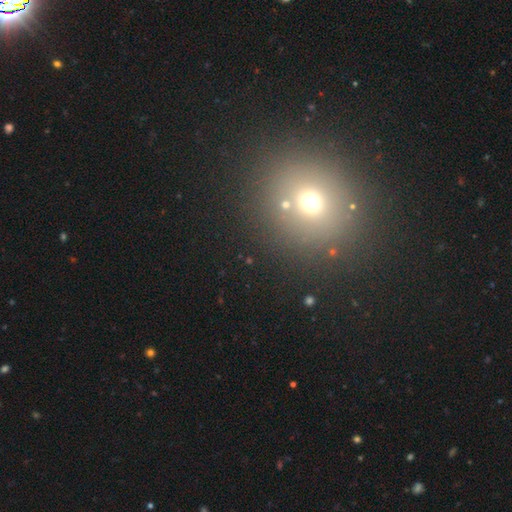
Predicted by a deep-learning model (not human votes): smooth 51%, star or artifact 39%, featured or disk 10%. Down the decision tree: how rounded — round (86%); merging — none (86%).